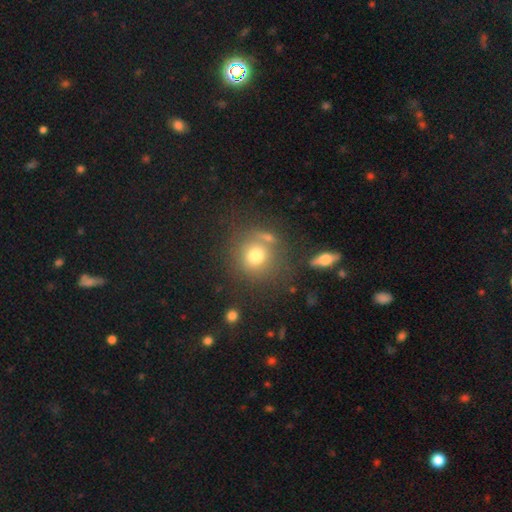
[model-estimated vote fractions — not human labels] smooth-or-featured: smooth: 74% | star or artifact: 14% | featured or disk: 13%
  how-rounded: round: 89% | in between: 10% | cigar-shaped: 1%
  merging: none: 70% | merger: 12% | minor disturbance: 12% | major disturbance: 6%